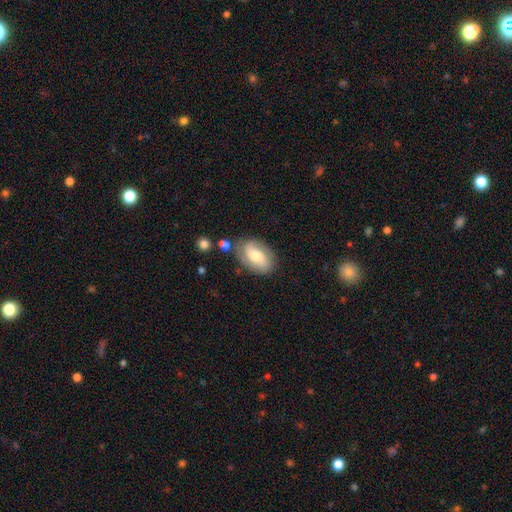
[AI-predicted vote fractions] Q: Smooth or featured?
A: featured or disk (52%); runner-up: smooth (40%)
Q: Edge-on disk?
A: no (94%); runner-up: yes (6%)
Q: Merging?
A: none (70%); runner-up: minor disturbance (18%)